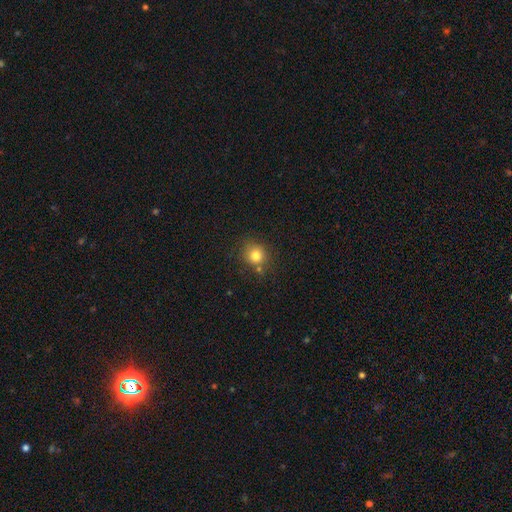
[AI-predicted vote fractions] This is clearly a smooth galaxy (80%). How rounded: clearly round (85%). Merging: likely none (74%).